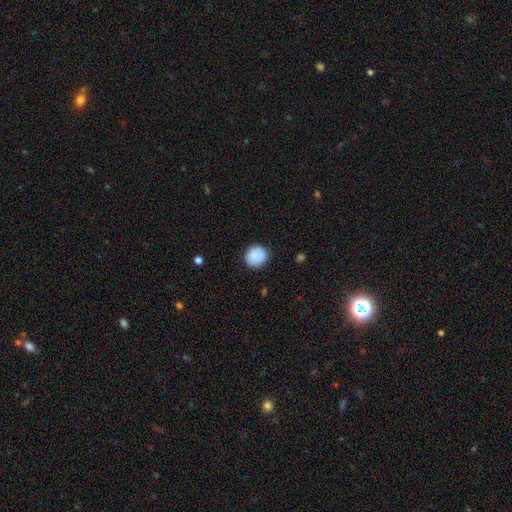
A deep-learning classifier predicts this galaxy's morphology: Smooth or featured: smooth — 84% (featured or disk — 8%)
How rounded: round — 87% (in between — 12%)
Merging: none — 85% (minor disturbance — 11%)